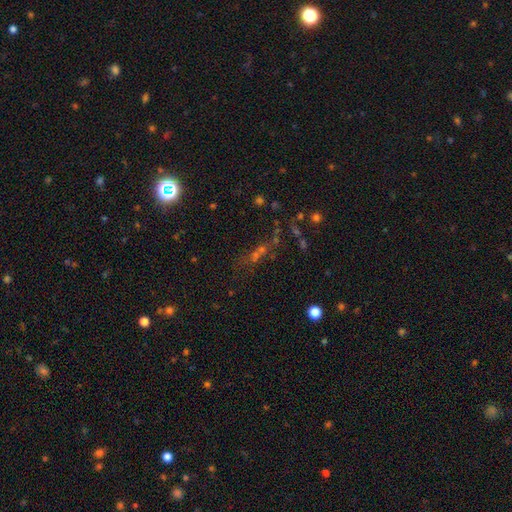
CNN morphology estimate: Overall: star or artifact (49%; smooth 30%).